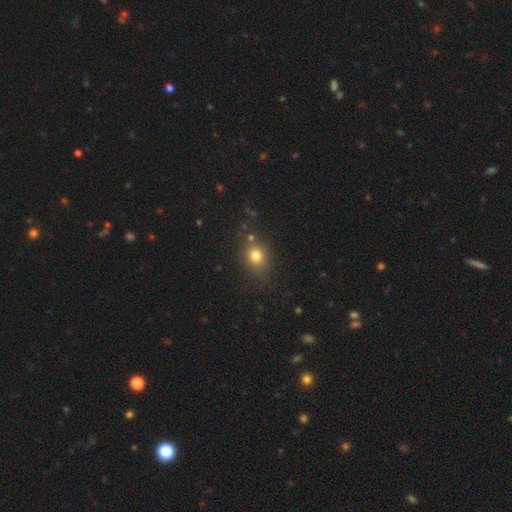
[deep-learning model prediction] Smooth or featured? smooth (78%)
How rounded? round (55%)
Merging? none (73%)